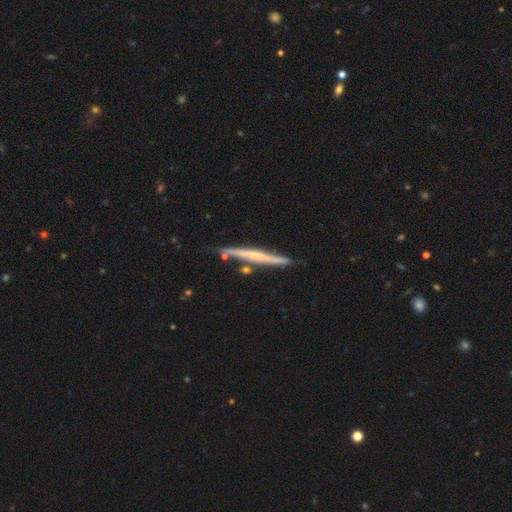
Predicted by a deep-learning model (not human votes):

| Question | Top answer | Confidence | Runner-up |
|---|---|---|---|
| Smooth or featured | featured or disk | 63% | smooth (32%) |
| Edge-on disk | yes | 96% | no (4%) |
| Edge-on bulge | none | 60% | rounded (29%) |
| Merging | none | 80% | minor disturbance (13%) |